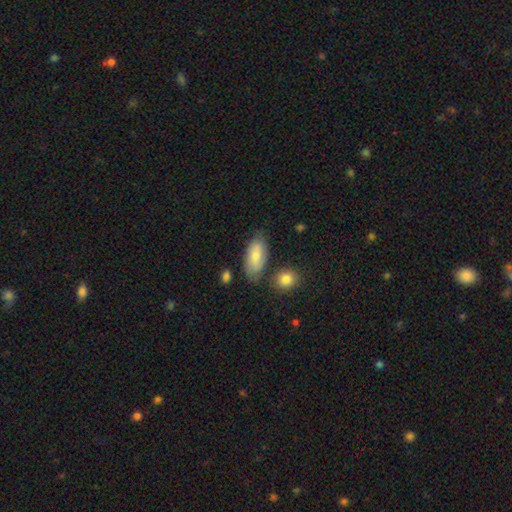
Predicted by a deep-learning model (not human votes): smooth 75%, featured or disk 19%, star or artifact 6%. Down the decision tree: how rounded — in between (91%); merging — none (67%).